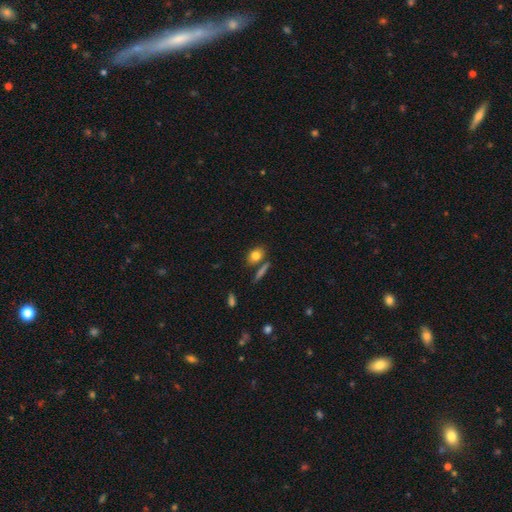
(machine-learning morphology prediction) Smooth or featured? smooth (81%)
How rounded? in between (69%)
Merging? none (69%)